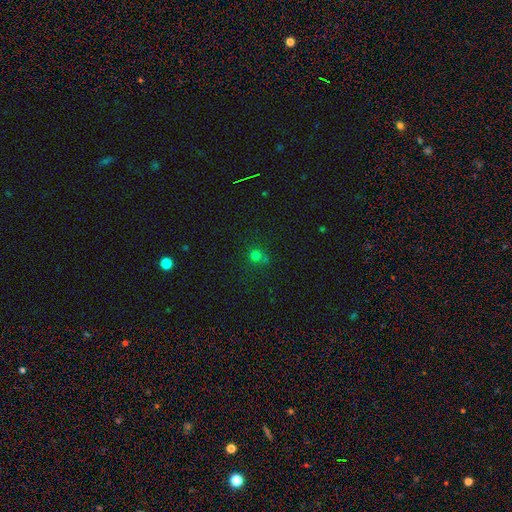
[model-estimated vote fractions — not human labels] Smooth or featured?
  - smooth: 70% *
  - star or artifact: 22%
  - featured or disk: 8%
How rounded?
  - round: 86% *
  - in between: 13%
  - cigar-shaped: 1%
Merging?
  - none: 60% *
  - merger: 18%
  - minor disturbance: 15%
  - major disturbance: 6%